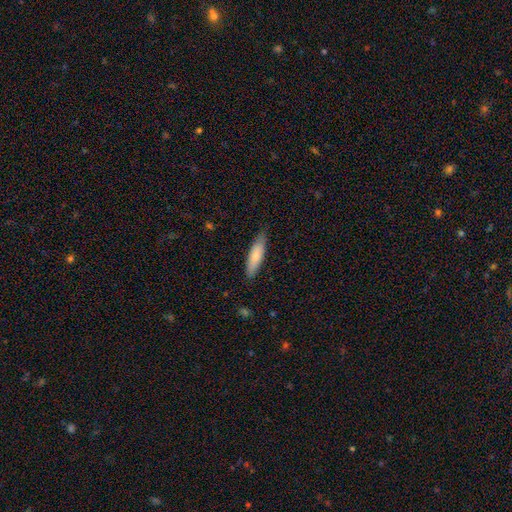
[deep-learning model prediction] Smooth or featured? smooth (77%)
How rounded? cigar-shaped (65%)
Merging? none (80%)